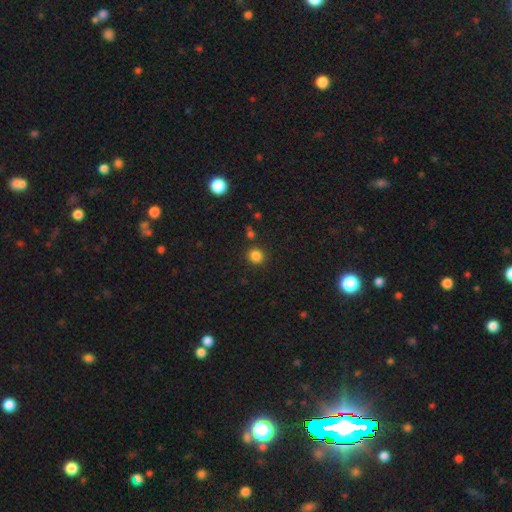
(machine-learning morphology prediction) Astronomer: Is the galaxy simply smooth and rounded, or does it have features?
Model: smooth — 83%.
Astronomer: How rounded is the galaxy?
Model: round — 87%.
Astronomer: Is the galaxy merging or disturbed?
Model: none — 87%.